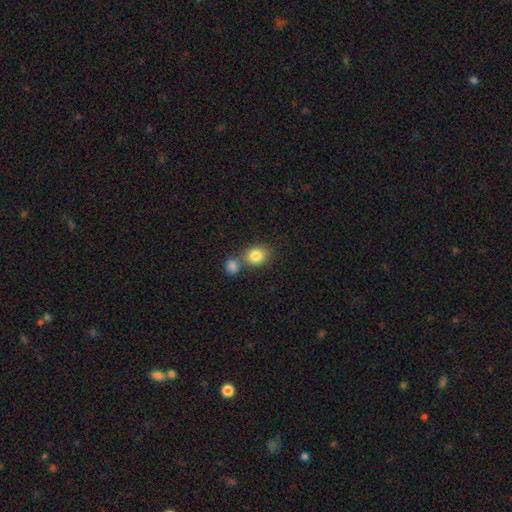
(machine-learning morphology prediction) A smooth galaxy with no disk features (83%) that is round (66%).

Vote fractions:
- Smooth or featured? smooth: 83% / star or artifact: 10% / featured or disk: 7%
- How rounded? round: 66% / in between: 33% / cigar-shaped: 1%
- Merging? none: 55% / merger: 33% / minor disturbance: 9% / major disturbance: 3%